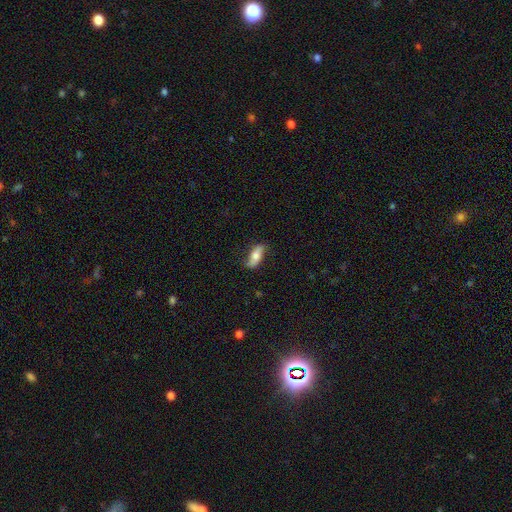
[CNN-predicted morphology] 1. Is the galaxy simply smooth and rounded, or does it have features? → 52% smooth, 41% featured or disk, 7% star or artifact.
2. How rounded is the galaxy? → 70% in between, 26% cigar-shaped, 4% round.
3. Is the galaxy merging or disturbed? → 73% none, 20% minor disturbance, 6% major disturbance, 1% merger.